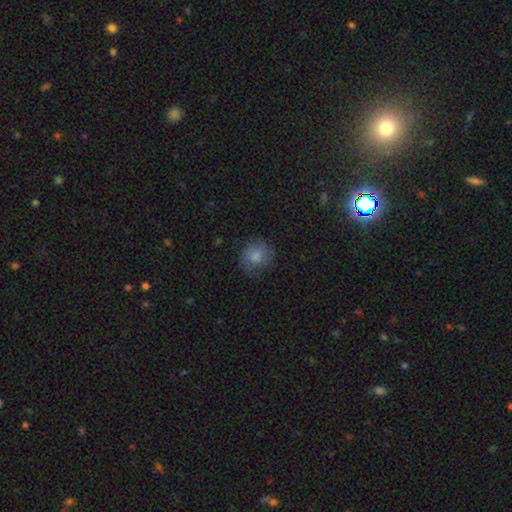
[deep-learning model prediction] This is likely a smooth galaxy (78%). How rounded: likely round (74%). Merging: likely none (69%).